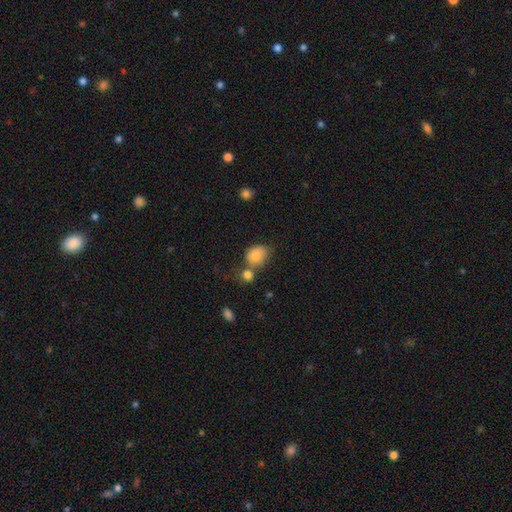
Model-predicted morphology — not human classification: Smooth or featured?
  - smooth: 81% *
  - star or artifact: 10%
  - featured or disk: 9%
How rounded?
  - round: 50% *
  - in between: 49%
  - cigar-shaped: 1%
Merging?
  - none: 43% *
  - merger: 29%
  - minor disturbance: 20%
  - major disturbance: 9%